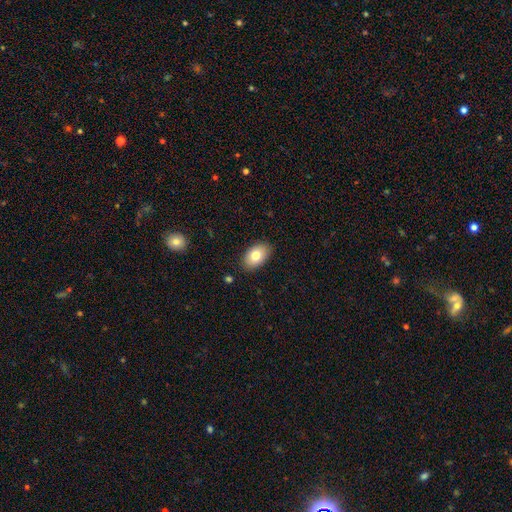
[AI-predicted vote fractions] smooth 79%, featured or disk 14%, star or artifact 7%. Down the decision tree: how rounded — in between (91%); merging — none (86%).